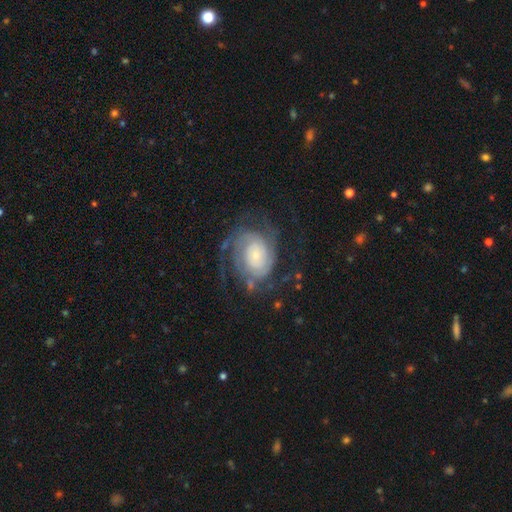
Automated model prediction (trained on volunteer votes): Morphology: type=featured or disk (82%); edge-on=no (98%); bar=no (69%); spiral arms=yes (94%); winding=tight (56%); arm count=2 (37%); bulge=small (61%); merging=none (60%).